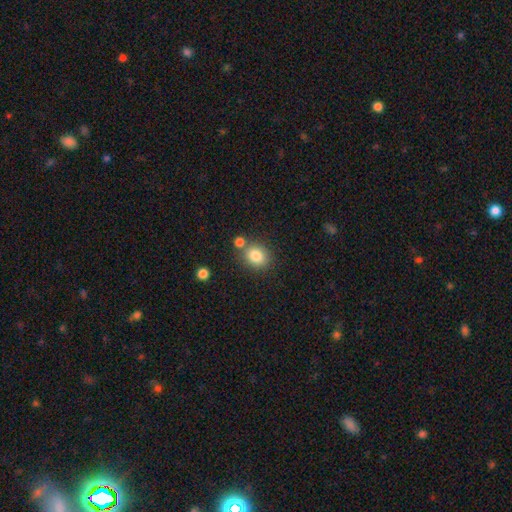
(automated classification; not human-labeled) smooth-or-featured: smooth: 82% | star or artifact: 10% | featured or disk: 8%
  how-rounded: round: 62% | in between: 37% | cigar-shaped: 1%
  merging: none: 68% | merger: 18% | minor disturbance: 11% | major disturbance: 3%